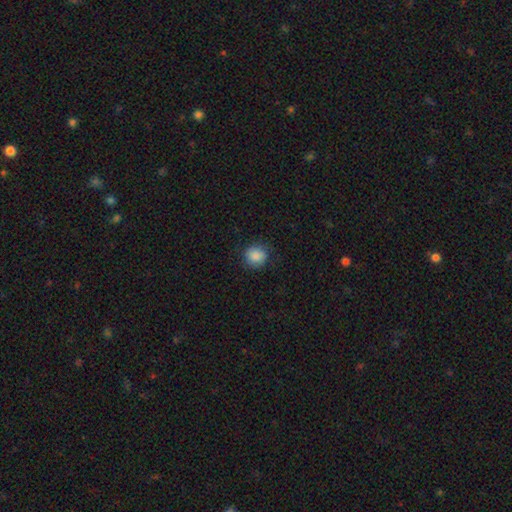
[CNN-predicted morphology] smooth-or-featured: smooth: 87% | star or artifact: 9% | featured or disk: 5%
  how-rounded: round: 83% | in between: 16% | cigar-shaped: 1%
  merging: none: 83% | minor disturbance: 12% | major disturbance: 4% | merger: 1%